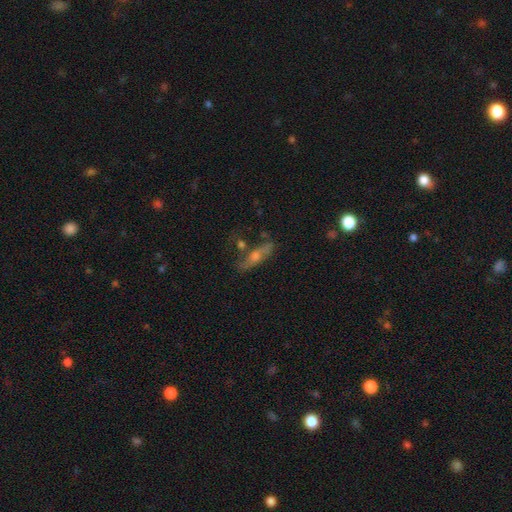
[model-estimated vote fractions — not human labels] A featured or disk galaxy (53%) viewed edge-on (67%). Merging: none (62%).